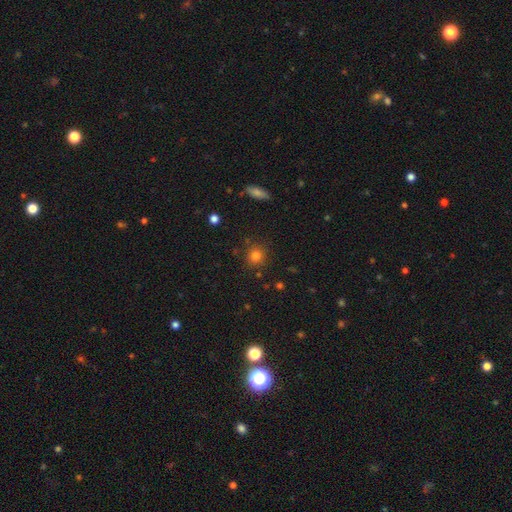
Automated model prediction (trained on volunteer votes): The model was most divided on "smooth or featured": smooth: 80%, star or artifact: 14%, featured or disk: 6%. More confident: how rounded — round (87%); merging — none (84%).